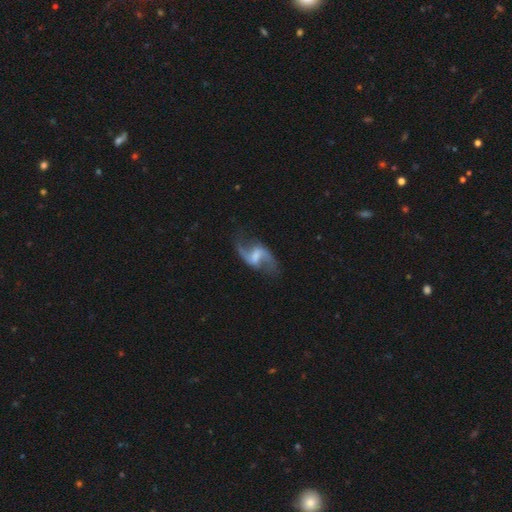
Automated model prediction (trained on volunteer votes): Overall: featured or disk (87%). Edge-on disk: no (97%). Bar: weak (53%; strong 30%). Spiral arms: yes (95%). Spiral arm count: 2 (93%). Spiral winding: loose (75%). Bulge size: none (35%; small 29%). Merging: none (75%).